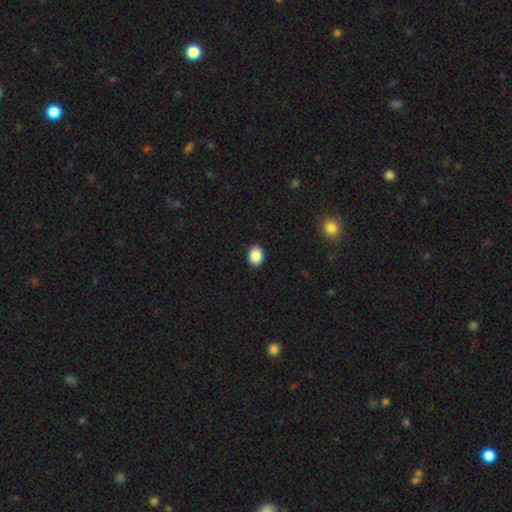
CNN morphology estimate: Overall: smooth (89%). How rounded: in between (59%; round 40%). Merging: none (90%).